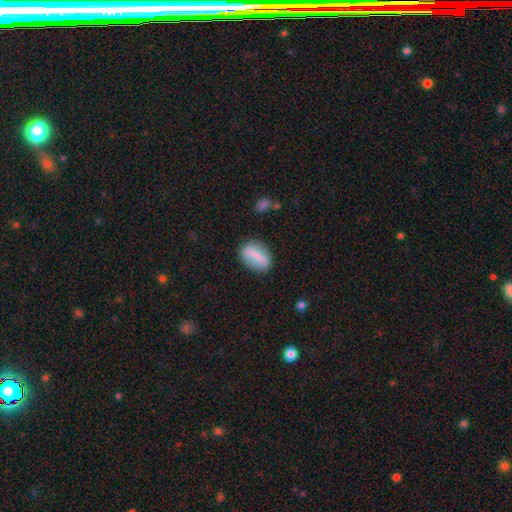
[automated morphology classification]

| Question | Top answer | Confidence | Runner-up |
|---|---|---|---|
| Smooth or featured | smooth | 69% | featured or disk (23%) |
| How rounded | in between | 77% | round (13%) |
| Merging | none | 81% | minor disturbance (13%) |